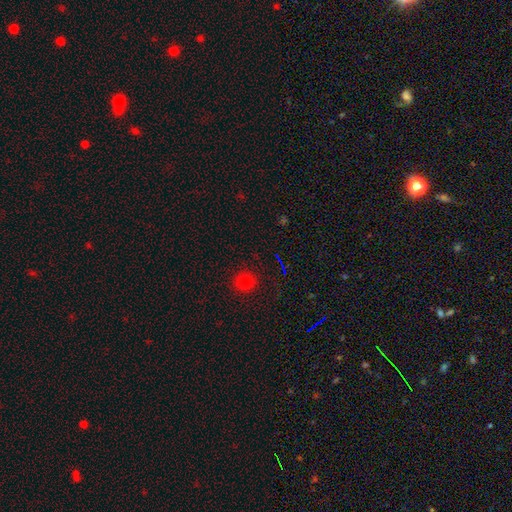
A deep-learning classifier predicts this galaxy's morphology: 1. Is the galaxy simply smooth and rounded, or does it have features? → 60% smooth, 35% star or artifact, 6% featured or disk.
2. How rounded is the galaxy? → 85% round, 13% in between, 2% cigar-shaped.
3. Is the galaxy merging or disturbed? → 90% none, 6% minor disturbance, 3% major disturbance, 2% merger.